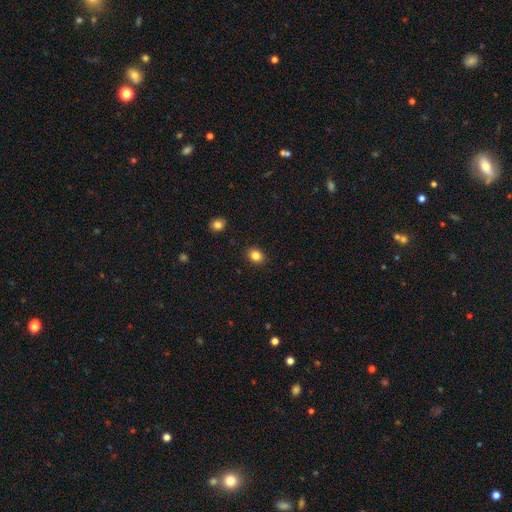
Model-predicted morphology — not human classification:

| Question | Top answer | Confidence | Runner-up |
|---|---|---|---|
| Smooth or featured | smooth | 84% | star or artifact (11%) |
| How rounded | round | 53% | in between (46%) |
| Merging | none | 90% | minor disturbance (7%) |